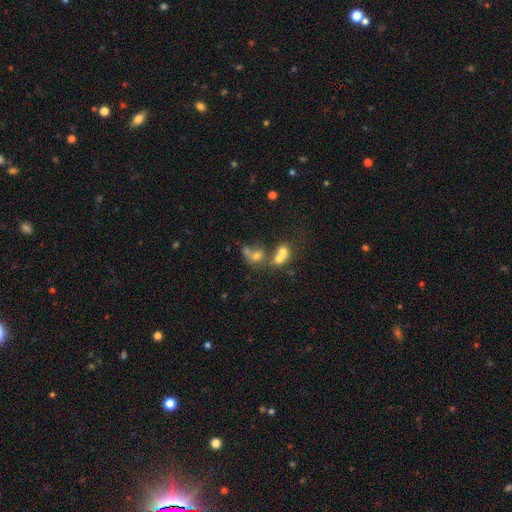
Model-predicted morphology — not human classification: Q: Smooth or featured?
A: smooth (57%); runner-up: featured or disk (26%)
Q: How rounded?
A: round (53%); runner-up: in between (45%)
Q: Merging?
A: merger (59%); runner-up: none (24%)